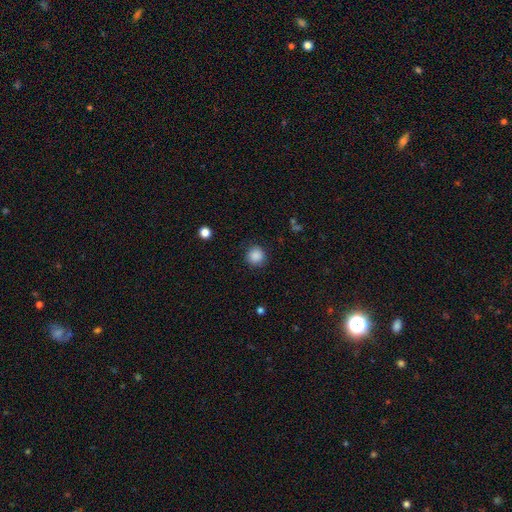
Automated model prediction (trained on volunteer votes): Morphology: type=smooth (87%); roundness=round (93%); merging=none (88%).